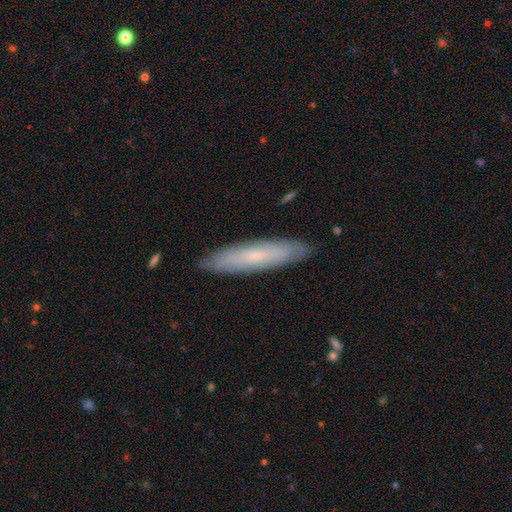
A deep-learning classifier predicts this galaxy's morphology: This appears to be a smooth galaxy with no disk features (54%) that is cigar-shaped (83%). Merging: none (88%).